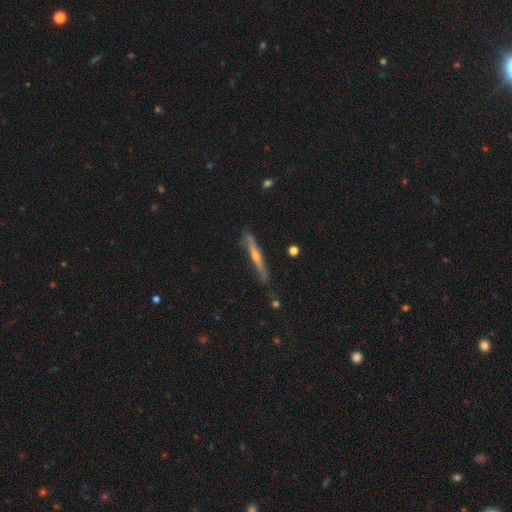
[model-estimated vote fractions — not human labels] Overall: featured or disk (66%). Edge-on disk: yes (92%). Edge-on bulge: rounded (80%). Merging: none (78%).